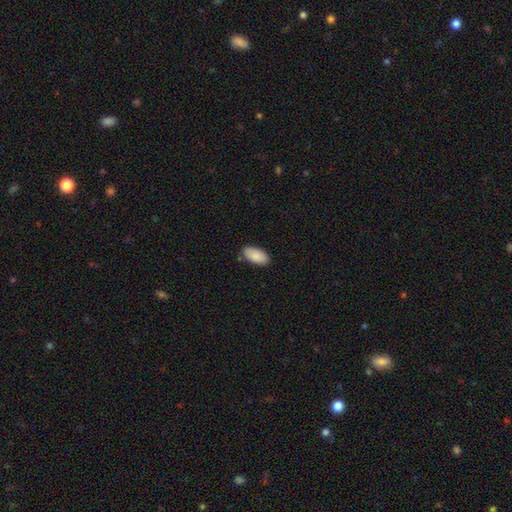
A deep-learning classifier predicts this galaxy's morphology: A smooth galaxy with no disk features (87%) that is in between round and cigar-shaped (95%).

Vote fractions:
- Smooth or featured? smooth: 87% / featured or disk: 7% / star or artifact: 6%
- How rounded? in between: 95% / cigar-shaped: 3% / round: 2%
- Merging? none: 84% / minor disturbance: 12% / major disturbance: 2% / merger: 2%